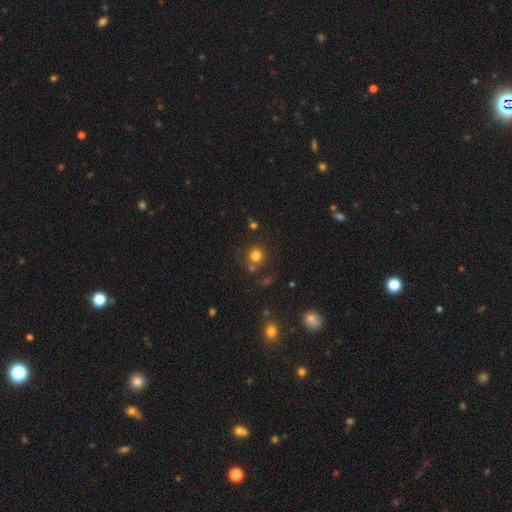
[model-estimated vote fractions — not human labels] Q: Smooth or featured?
A: smooth (77%); runner-up: star or artifact (16%)
Q: How rounded?
A: round (92%); runner-up: in between (7%)
Q: Merging?
A: none (72%); runner-up: merger (15%)